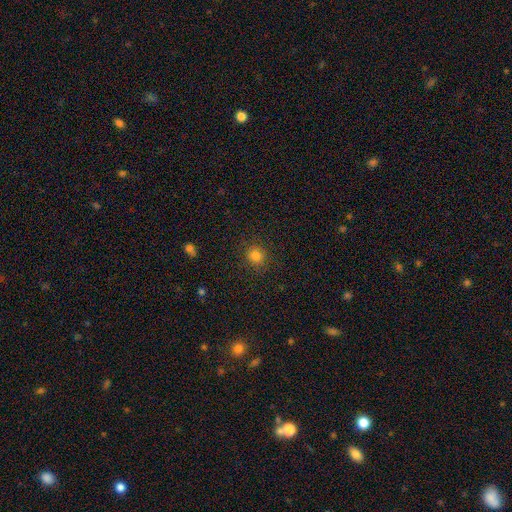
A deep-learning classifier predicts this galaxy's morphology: A smooth galaxy with no disk features (81%) that is round (87%). Merging: none (88%).